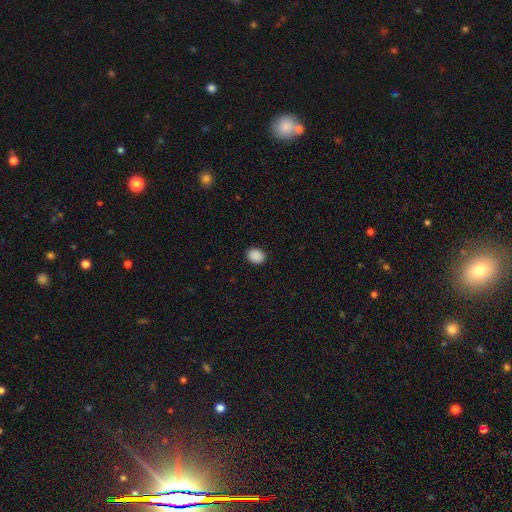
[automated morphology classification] Smooth or featured? Predicted: smooth (p=0.89). How rounded? Predicted: in between (p=0.59). Merging? Predicted: none (p=0.90).